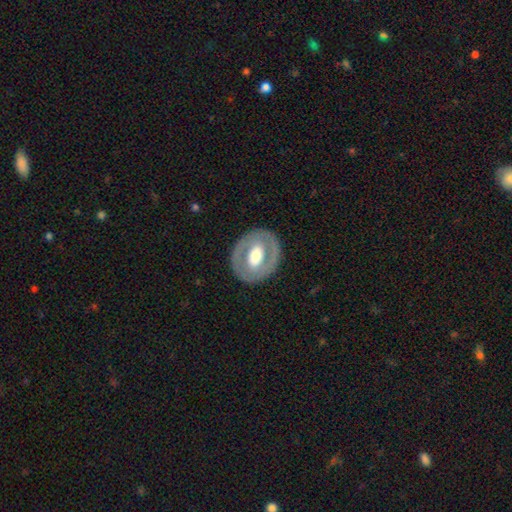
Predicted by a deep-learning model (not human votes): Overall: featured or disk (59%; smooth 36%). Edge-on disk: no (95%). Bar: no (53%; weak 29%). Spiral arms: no (79%). Bulge size: moderate (45%; large 44%). Merging: none (82%).